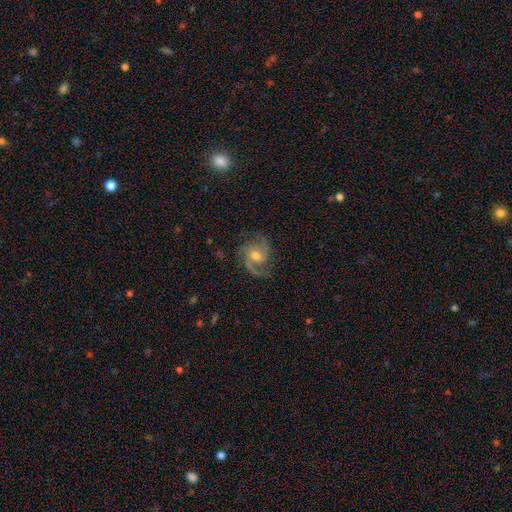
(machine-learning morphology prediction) Q: Smooth or featured?
A: featured or disk (89%); runner-up: star or artifact (6%)
Q: Edge-on disk?
A: no (98%); runner-up: yes (2%)
Q: Bar?
A: no (47%); runner-up: weak (43%)
Q: Spiral arms?
A: yes (98%); runner-up: no (2%)
Q: Spiral winding?
A: medium (56%); runner-up: tight (24%)
Q: Spiral arm count?
A: 2 (45%); runner-up: 3 (34%)
Q: Bulge size?
A: moderate (63%); runner-up: small (30%)
Q: Merging?
A: none (74%); runner-up: minor disturbance (16%)